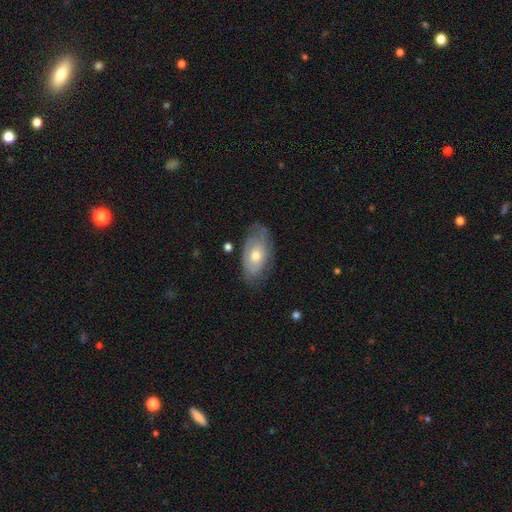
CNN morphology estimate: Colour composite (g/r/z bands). It shows a featured or disk galaxy (51%). Merging: none (66%).